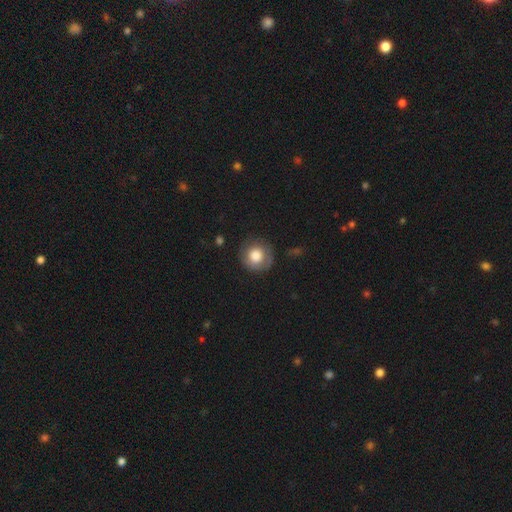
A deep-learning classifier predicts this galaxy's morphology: A smooth galaxy with no disk features (75%) that is round (92%). Merging: none (76%).